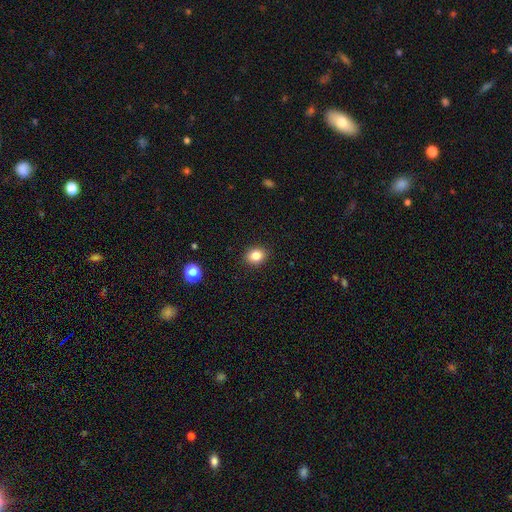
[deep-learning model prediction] smooth 84%, star or artifact 11%, featured or disk 6%. Down the decision tree: how rounded — round (51%); merging — none (90%).